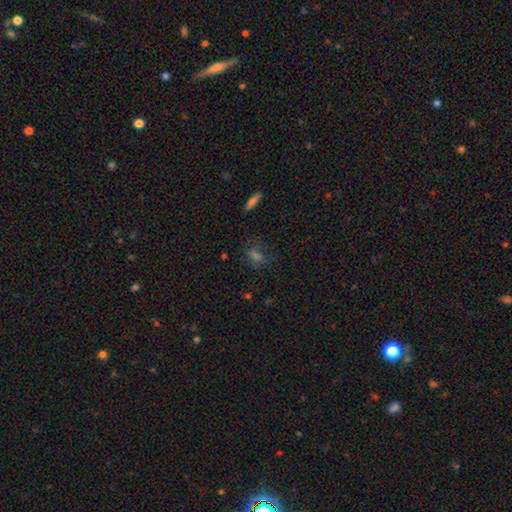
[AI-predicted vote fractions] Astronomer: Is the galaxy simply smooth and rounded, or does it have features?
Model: smooth — 51% (runner-up: star or artifact, 32%).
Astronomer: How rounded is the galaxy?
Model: in between — 59%.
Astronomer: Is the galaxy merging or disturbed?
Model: none — 70%.